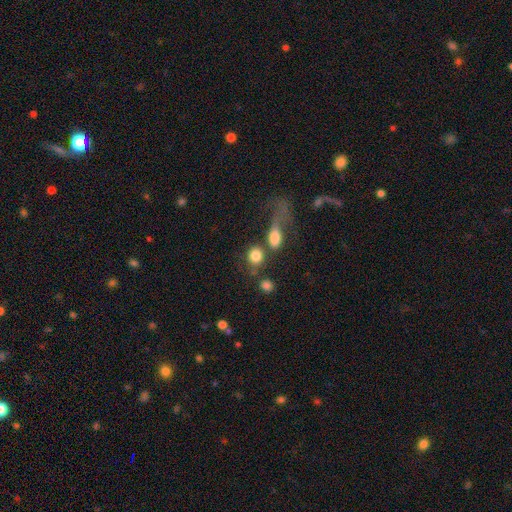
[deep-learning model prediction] A smooth galaxy with no disk features (83%) that is round (78%).

Vote fractions:
- Smooth or featured? smooth: 83% / star or artifact: 9% / featured or disk: 8%
- How rounded? round: 78% / in between: 20% / cigar-shaped: 2%
- Merging? none: 46% / merger: 31% / major disturbance: 12% / minor disturbance: 11%